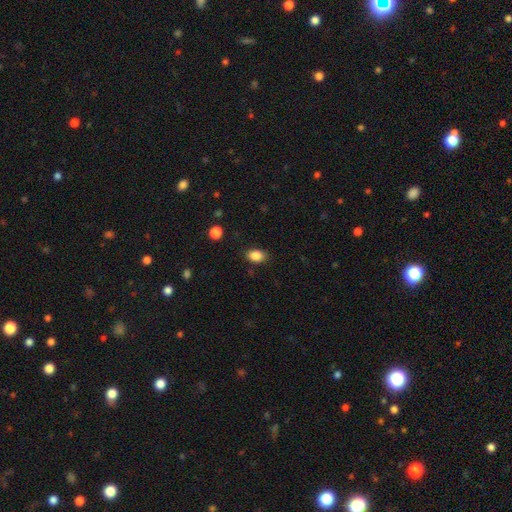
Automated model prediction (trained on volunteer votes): Smooth or featured? smooth (87%)
How rounded? in between (80%)
Merging? none (85%)